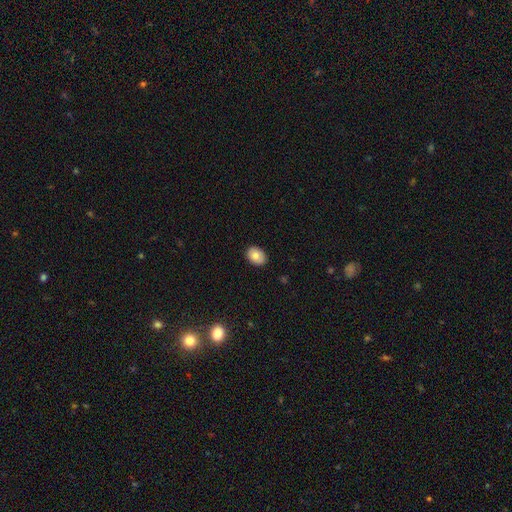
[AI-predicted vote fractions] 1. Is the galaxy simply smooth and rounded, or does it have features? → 82% smooth, 11% featured or disk, 8% star or artifact.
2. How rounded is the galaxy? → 76% in between, 23% round, 1% cigar-shaped.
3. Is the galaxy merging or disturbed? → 88% none, 9% minor disturbance, 2% major disturbance, 1% merger.